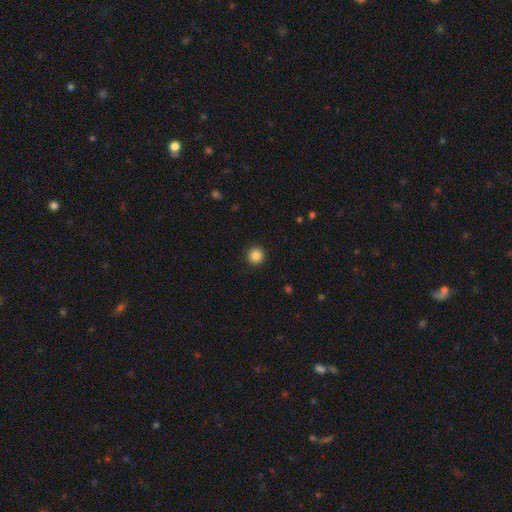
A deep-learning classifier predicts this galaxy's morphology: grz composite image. It shows a smooth galaxy with no disk features (86%) that is round (96%). Merging: none (93%).